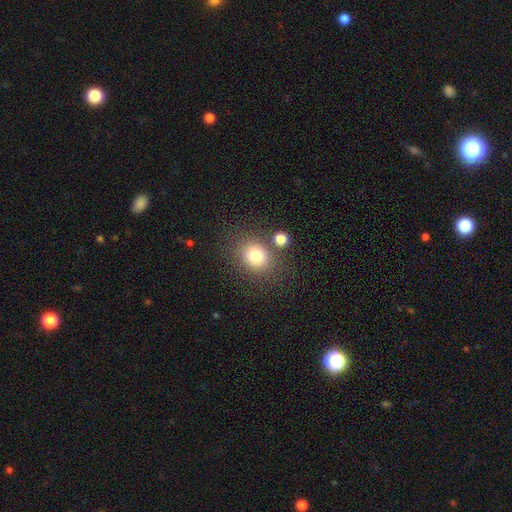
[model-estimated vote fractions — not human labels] Overall: smooth (80%). How rounded: round (64%; in between 35%). Merging: none (72%).